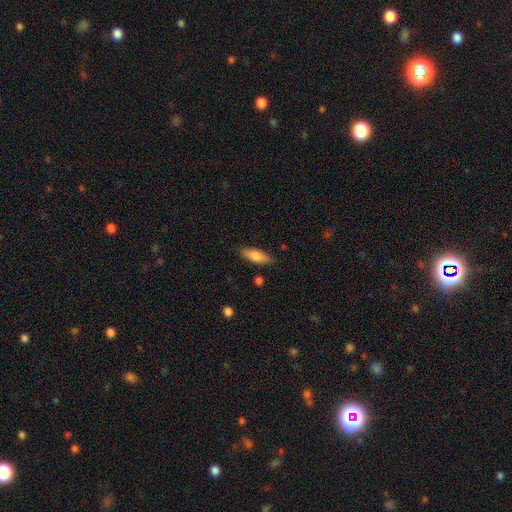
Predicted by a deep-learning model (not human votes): Morphology: type=smooth (74%); roundness=in between (58%); merging=none (85%).